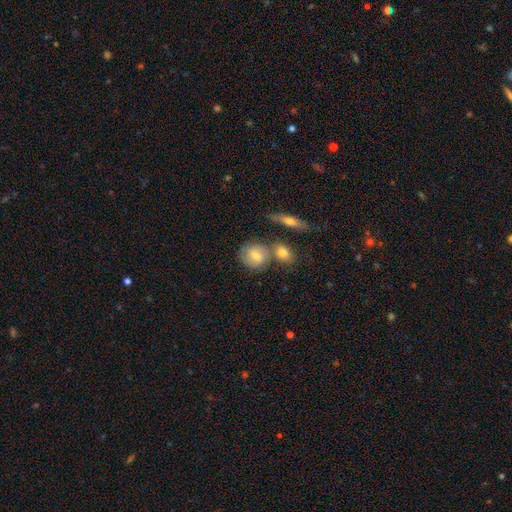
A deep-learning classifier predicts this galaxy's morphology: smooth_or_featured: smooth (p=0.71) [alt: featured or disk p=0.22]
how_rounded: round (p=0.61) [alt: in between p=0.36]
merging: none (p=0.52) [alt: merger p=0.30]